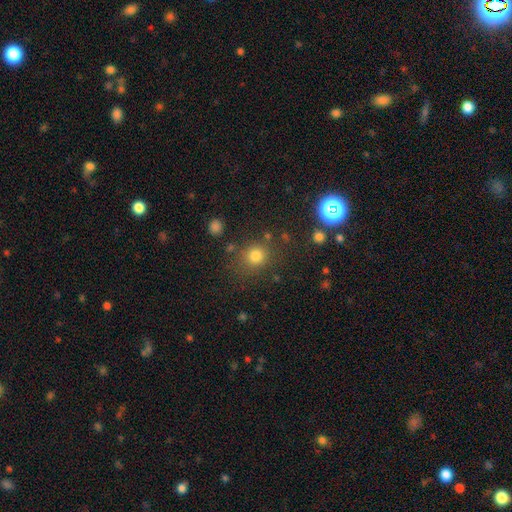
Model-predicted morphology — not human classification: Smooth or featured: smooth — 78% (star or artifact — 15%)
How rounded: round — 84% (in between — 15%)
Merging: none — 77% (minor disturbance — 11%)